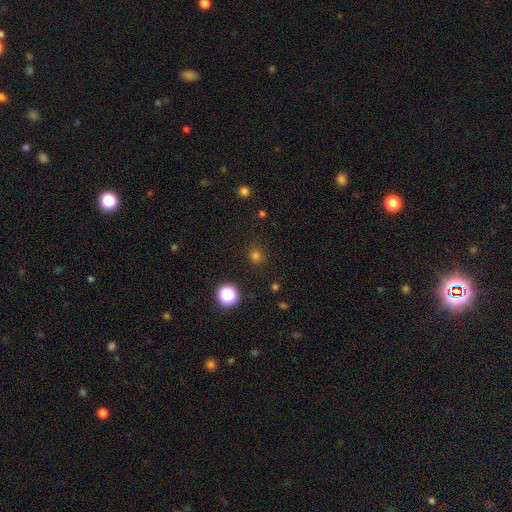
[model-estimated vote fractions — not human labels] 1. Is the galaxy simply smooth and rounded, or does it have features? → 73% smooth, 22% star or artifact, 5% featured or disk.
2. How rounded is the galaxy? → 86% round, 13% in between, 1% cigar-shaped.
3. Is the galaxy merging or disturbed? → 85% none, 9% minor disturbance, 3% major disturbance, 2% merger.